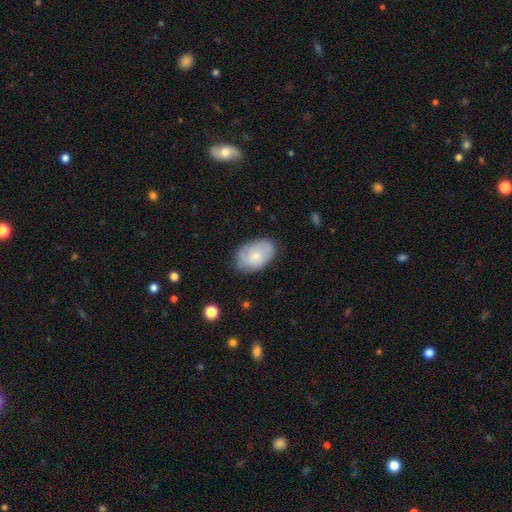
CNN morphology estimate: smooth-or-featured: smooth: 65% | featured or disk: 29% | star or artifact: 6%
  how-rounded: in between: 90% | round: 9% | cigar-shaped: 1%
  merging: none: 73% | minor disturbance: 21% | major disturbance: 5% | merger: 1%